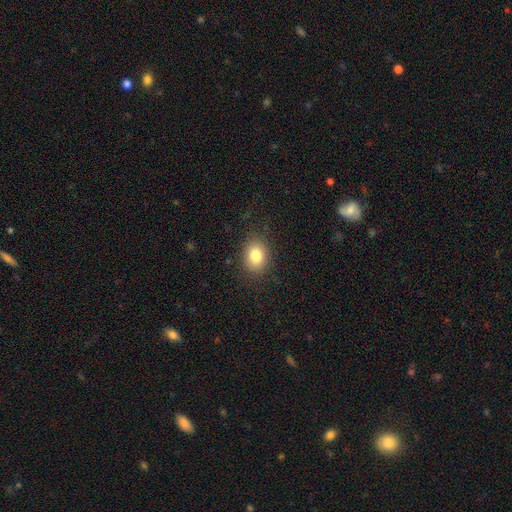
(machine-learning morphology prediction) smooth-or-featured: smooth: 82% | star or artifact: 10% | featured or disk: 8%
  how-rounded: in between: 63% | round: 36% | cigar-shaped: 1%
  merging: none: 83% | minor disturbance: 12% | major disturbance: 4% | merger: 1%